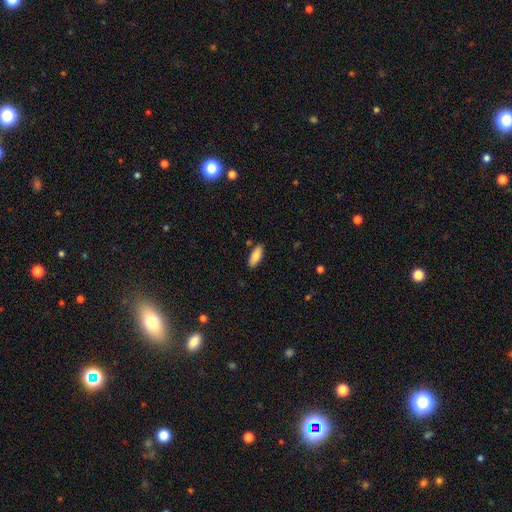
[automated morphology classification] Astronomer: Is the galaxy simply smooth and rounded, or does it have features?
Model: smooth — 85%.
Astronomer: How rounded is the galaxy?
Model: in between — 77%.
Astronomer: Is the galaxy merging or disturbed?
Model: none — 85%.